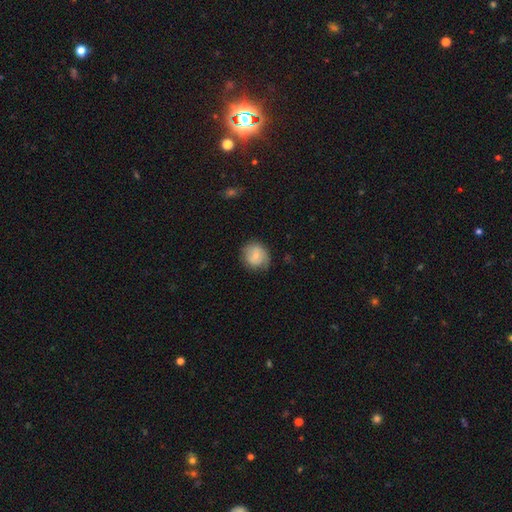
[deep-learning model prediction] Overall: smooth (52%; featured or disk 41%). How rounded: round (79%). Merging: none (70%).